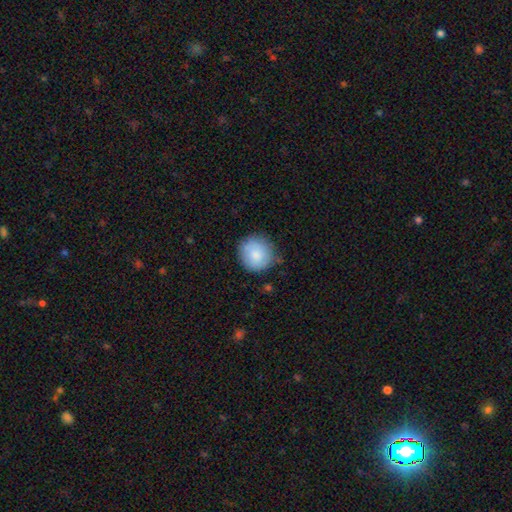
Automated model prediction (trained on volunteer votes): smooth-or-featured: smooth: 83% | featured or disk: 11% | star or artifact: 7%
  how-rounded: round: 91% | in between: 8% | cigar-shaped: 1%
  merging: none: 79% | minor disturbance: 16% | major disturbance: 4% | merger: 2%